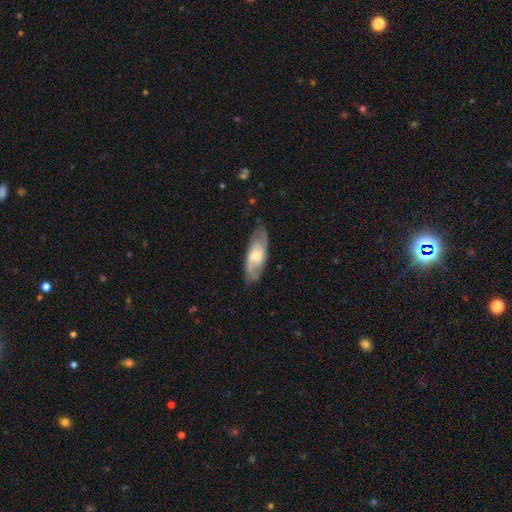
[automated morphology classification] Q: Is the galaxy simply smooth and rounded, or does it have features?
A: featured or disk — 62%.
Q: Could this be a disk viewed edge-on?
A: no — 85%.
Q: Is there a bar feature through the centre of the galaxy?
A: no — 51%.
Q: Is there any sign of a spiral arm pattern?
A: yes — 86%.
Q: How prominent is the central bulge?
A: moderate — 57%.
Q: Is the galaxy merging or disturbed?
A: none — 77%.